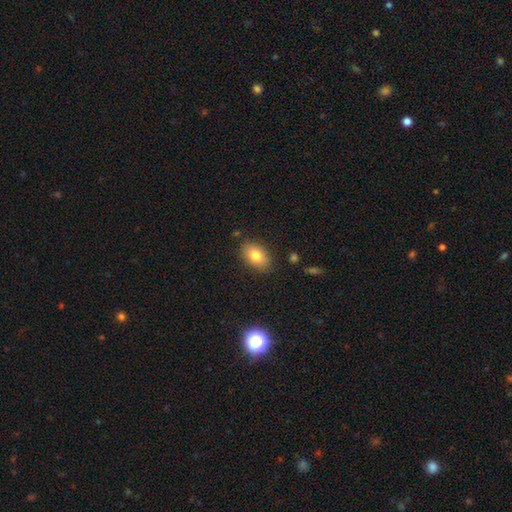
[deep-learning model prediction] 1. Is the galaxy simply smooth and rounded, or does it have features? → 79% smooth, 13% featured or disk, 8% star or artifact.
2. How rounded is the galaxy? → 87% in between, 12% round, 2% cigar-shaped.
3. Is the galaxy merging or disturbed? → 84% none, 12% minor disturbance, 3% major disturbance, 2% merger.